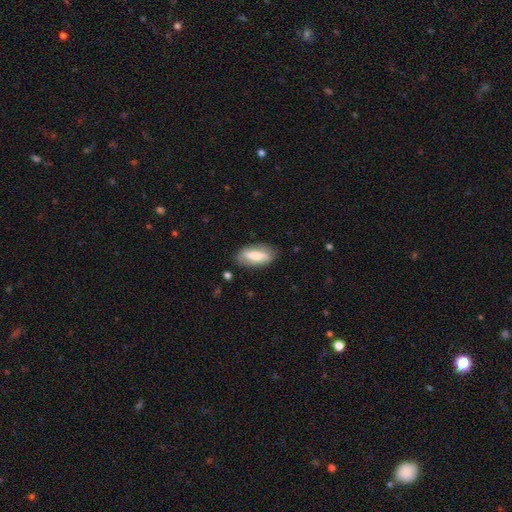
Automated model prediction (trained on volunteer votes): A smooth galaxy with no disk features (61%) that is in between round and cigar-shaped (81%). Merging: none (80%).